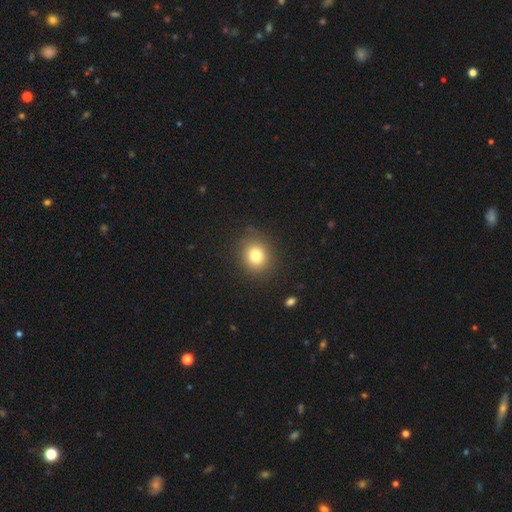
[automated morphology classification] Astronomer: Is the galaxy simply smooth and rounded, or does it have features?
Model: smooth — 79%.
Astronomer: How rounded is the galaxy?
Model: round — 78%.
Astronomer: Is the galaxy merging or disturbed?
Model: none — 87%.